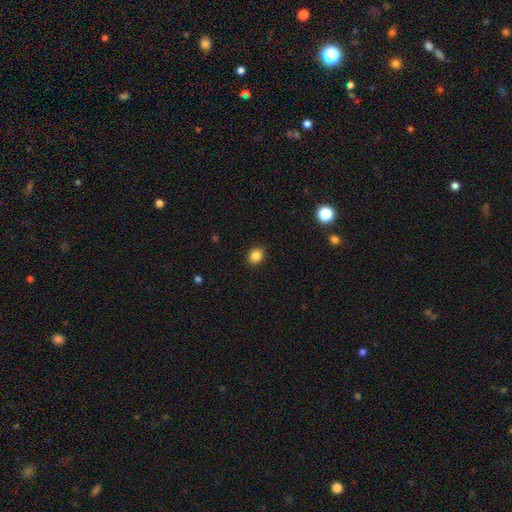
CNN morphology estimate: smooth_or_featured: smooth (p=0.86) [alt: star or artifact p=0.10]
how_rounded: round (p=0.62) [alt: in between p=0.37]
merging: none (p=0.90) [alt: minor disturbance p=0.07]